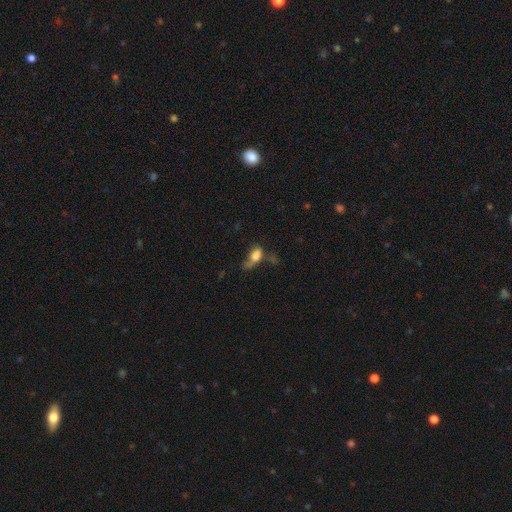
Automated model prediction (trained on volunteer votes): Q: Smooth or featured?
A: smooth (69%); runner-up: featured or disk (19%)
Q: How rounded?
A: in between (81%); runner-up: round (10%)
Q: Merging?
A: major disturbance (38%); runner-up: minor disturbance (24%)